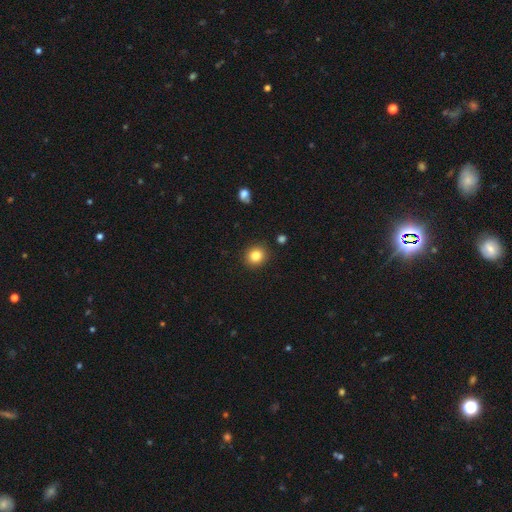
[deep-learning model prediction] This is clearly a smooth galaxy (83%). How rounded: clearly round (82%). Merging: clearly none (91%).